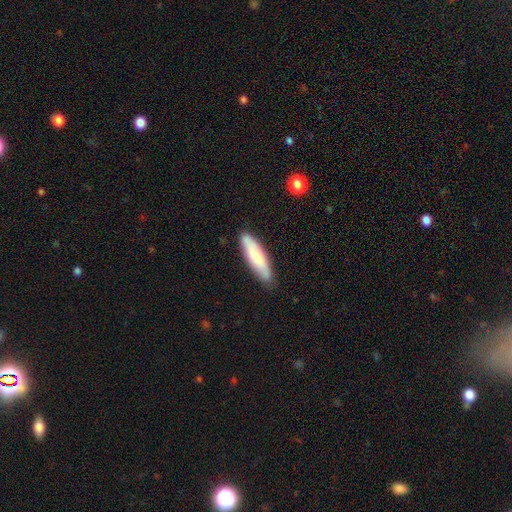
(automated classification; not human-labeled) smooth-or-featured: smooth: 73% | featured or disk: 21% | star or artifact: 5%
  how-rounded: cigar-shaped: 67% | in between: 31% | round: 2%
  merging: none: 85% | minor disturbance: 12% | major disturbance: 2% | merger: 1%